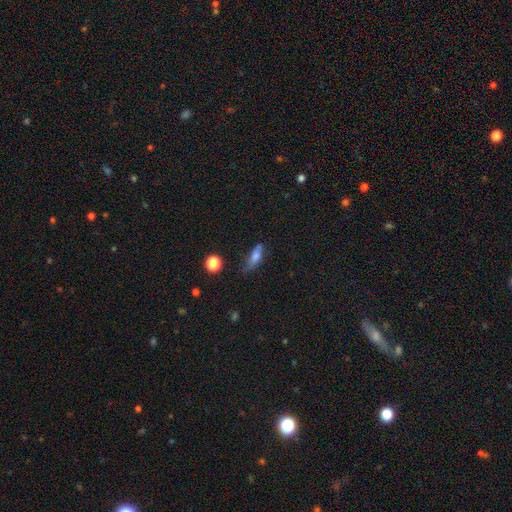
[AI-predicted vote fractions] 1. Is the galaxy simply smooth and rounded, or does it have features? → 67% smooth, 22% featured or disk, 10% star or artifact.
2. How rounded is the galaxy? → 58% in between, 37% cigar-shaped, 5% round.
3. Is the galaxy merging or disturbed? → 51% none, 32% minor disturbance, 11% major disturbance, 5% merger.